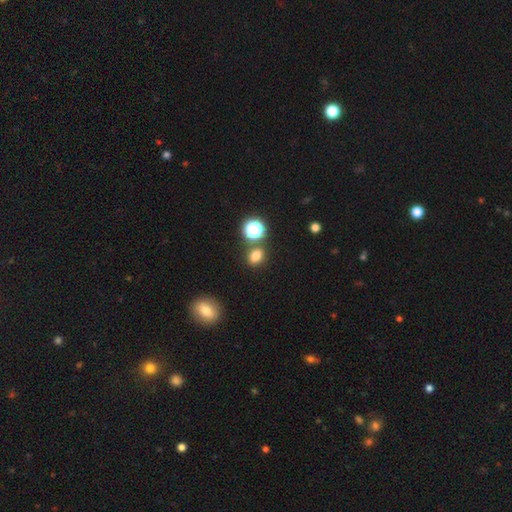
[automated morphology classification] The model was most divided on "how rounded": in between: 54%, round: 44%, cigar-shaped: 2%. More confident: merging — none (76%); smooth or featured — smooth (75%).